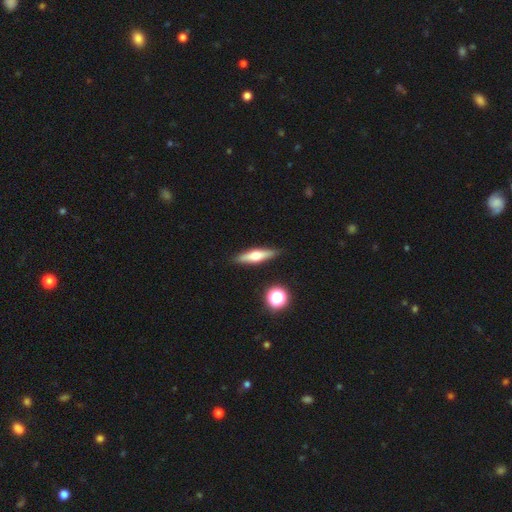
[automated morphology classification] Smooth or featured: featured or disk — 47% (smooth — 45%)
Merging: none — 88% (minor disturbance — 8%)